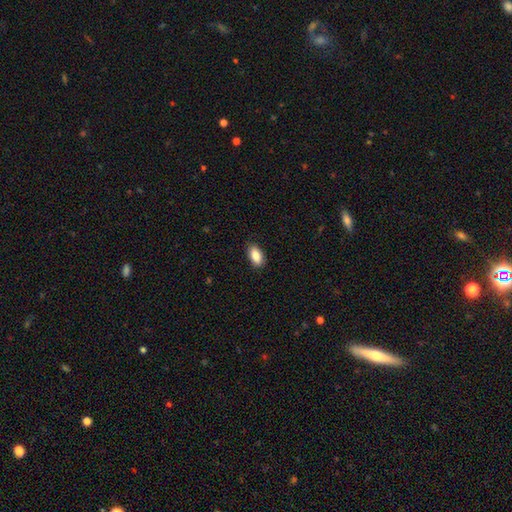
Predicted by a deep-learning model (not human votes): This appears to be a smooth galaxy with no disk features (86%) that is in between round and cigar-shaped (91%). Merging: none (87%).